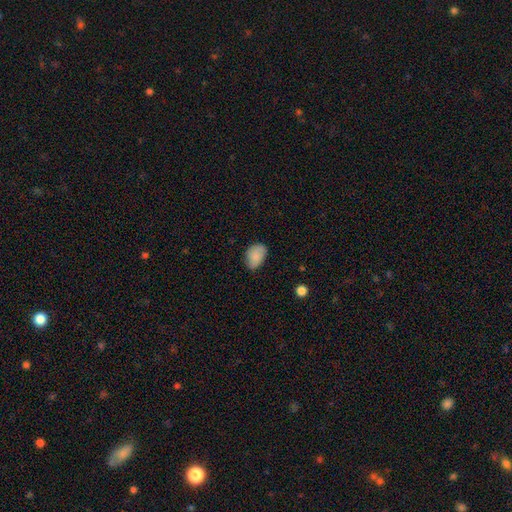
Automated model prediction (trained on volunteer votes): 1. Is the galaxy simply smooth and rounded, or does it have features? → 87% smooth, 8% star or artifact, 6% featured or disk.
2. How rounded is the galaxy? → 83% in between, 16% round, 1% cigar-shaped.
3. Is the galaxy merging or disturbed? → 67% none, 27% minor disturbance, 5% major disturbance, 1% merger.